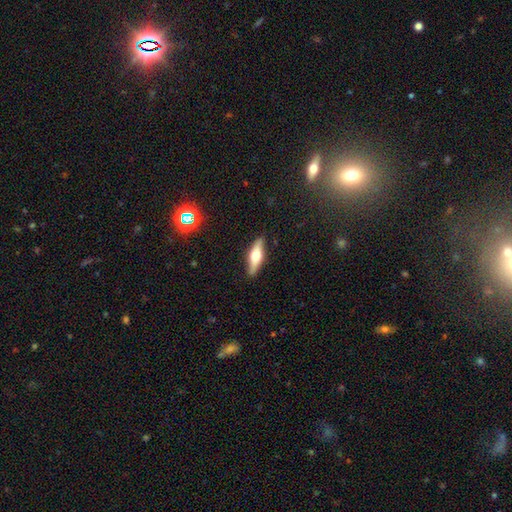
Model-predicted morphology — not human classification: Smooth or featured: featured or disk — 49% (smooth — 45%)
Merging: none — 88% (minor disturbance — 9%)